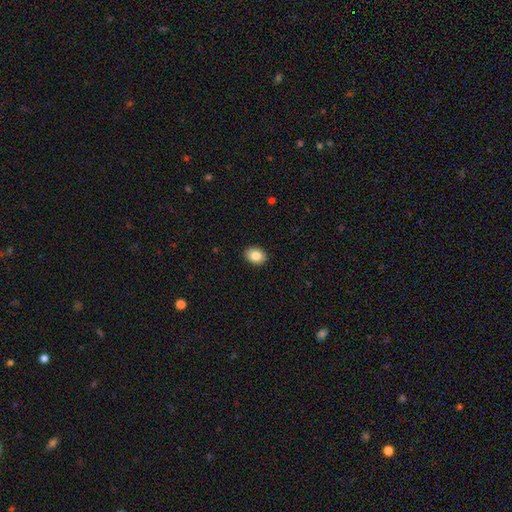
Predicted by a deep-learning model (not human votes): smooth-or-featured: smooth: 85% | star or artifact: 8% | featured or disk: 7%
  how-rounded: in between: 62% | round: 37% | cigar-shaped: 1%
  merging: none: 91% | minor disturbance: 7% | major disturbance: 2% | merger: 1%